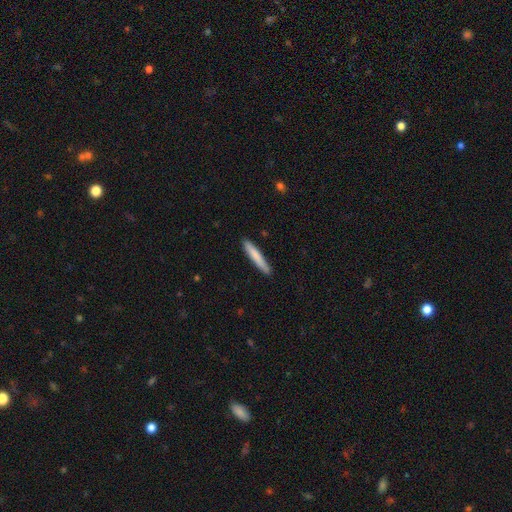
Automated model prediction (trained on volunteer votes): Smooth or featured: smooth — 79% (featured or disk — 16%)
How rounded: cigar-shaped — 95% (in between — 4%)
Merging: none — 89% (minor disturbance — 8%)